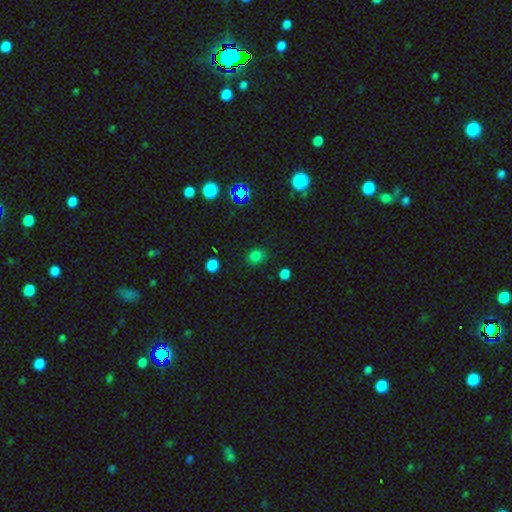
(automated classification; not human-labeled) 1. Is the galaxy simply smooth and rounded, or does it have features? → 73% smooth, 22% star or artifact, 5% featured or disk.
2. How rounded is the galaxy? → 67% round, 32% in between, 1% cigar-shaped.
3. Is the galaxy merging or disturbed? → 78% none, 15% minor disturbance, 5% major disturbance, 3% merger.